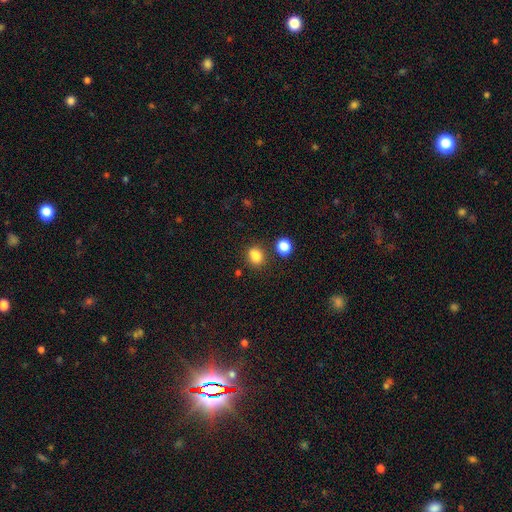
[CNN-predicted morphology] smooth 82%, star or artifact 12%, featured or disk 6%. Down the decision tree: how rounded — round (52%); merging — none (68%).